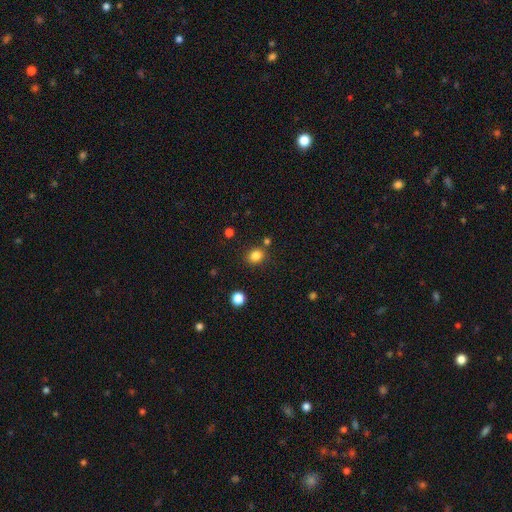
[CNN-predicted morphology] Smooth or featured? smooth (83%)
How rounded? round (64%)
Merging? none (82%)